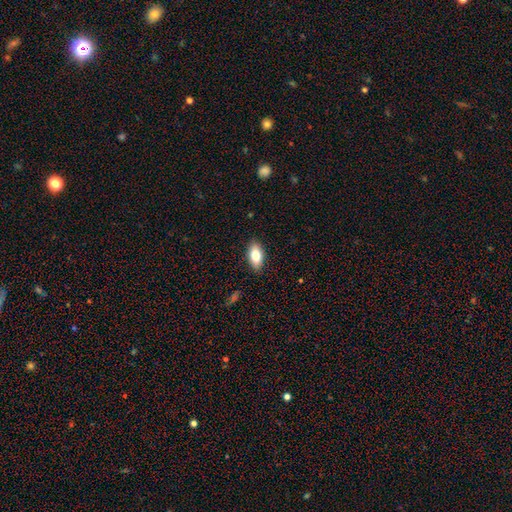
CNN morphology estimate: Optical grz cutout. It shows a smooth galaxy with no disk features (79%) that is in between round and cigar-shaped (90%). Merging: none (88%).